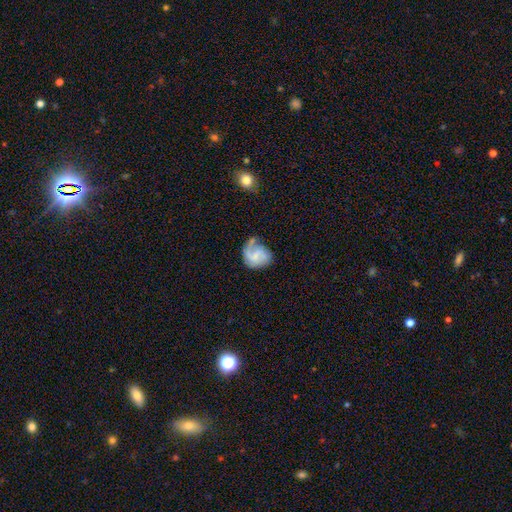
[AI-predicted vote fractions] Smooth or featured: featured or disk — 60% (smooth — 32%)
Edge-on disk: no — 98% (yes — 2%)
Bar: no — 49% (weak — 41%)
Spiral arms: yes — 85% (no — 15%)
Bulge size: none — 44% (small — 35%)
Merging: none — 40% (minor disturbance — 29%)